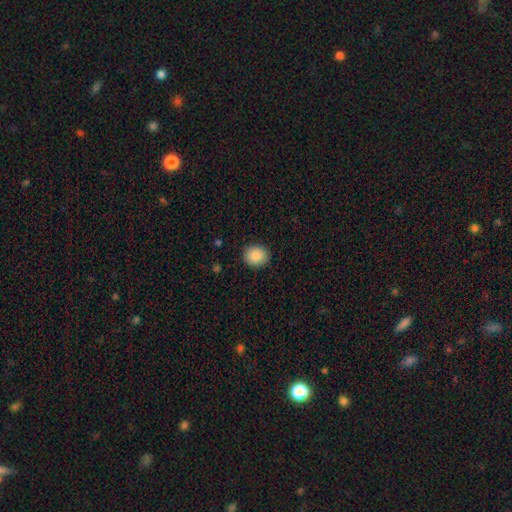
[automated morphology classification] Smooth or featured: smooth — 88% (star or artifact — 8%)
How rounded: round — 64% (in between — 36%)
Merging: none — 89% (minor disturbance — 7%)